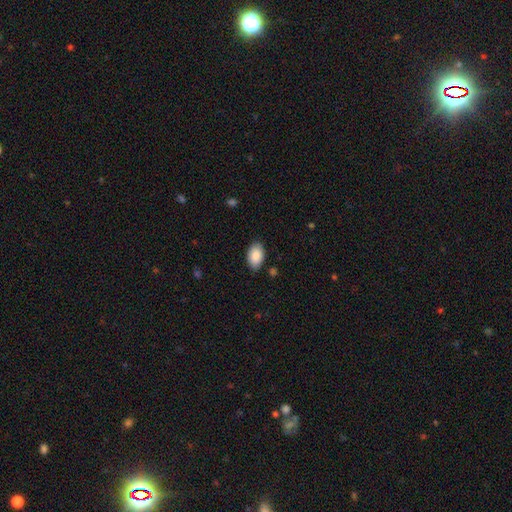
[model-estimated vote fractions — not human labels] Smooth or featured? Predicted: smooth (p=0.89). How rounded? Predicted: in between (p=0.92). Merging? Predicted: none (p=0.84).